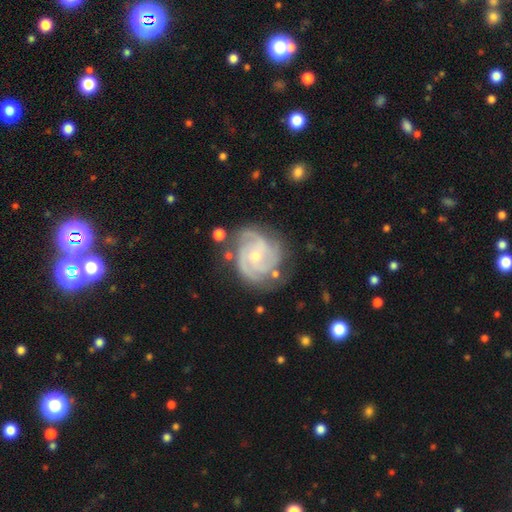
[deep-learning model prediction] This appears to be a featured or disk galaxy (90%) with no bar (67%), 3 (48%) tight (62%) spiral arms (98%) and a small central bulge (61%). Merging: none (71%).